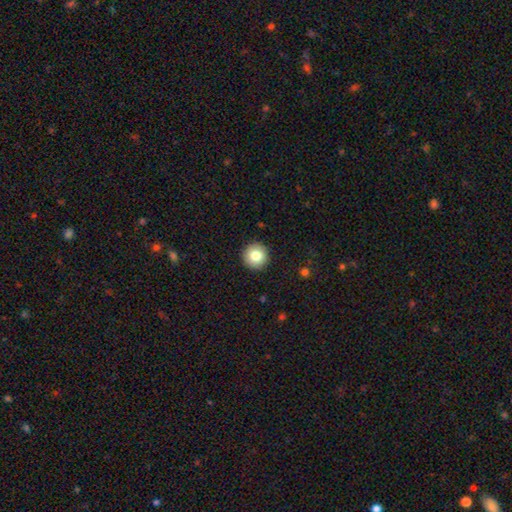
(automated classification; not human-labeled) smooth_or_featured: smooth (p=0.81) [alt: featured or disk p=0.10]
how_rounded: round (p=0.96) [alt: in between p=0.04]
merging: none (p=0.93) [alt: minor disturbance p=0.05]